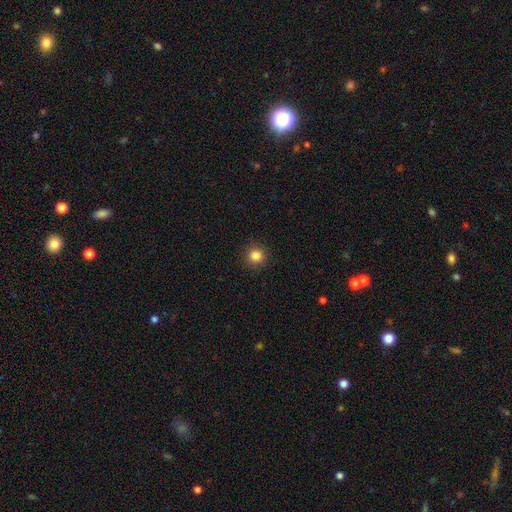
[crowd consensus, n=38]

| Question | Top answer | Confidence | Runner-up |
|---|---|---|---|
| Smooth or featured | smooth | 84% | featured or disk (8%) |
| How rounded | round | 88% | in between (12%) |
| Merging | none | 86% | minor disturbance (9%) |